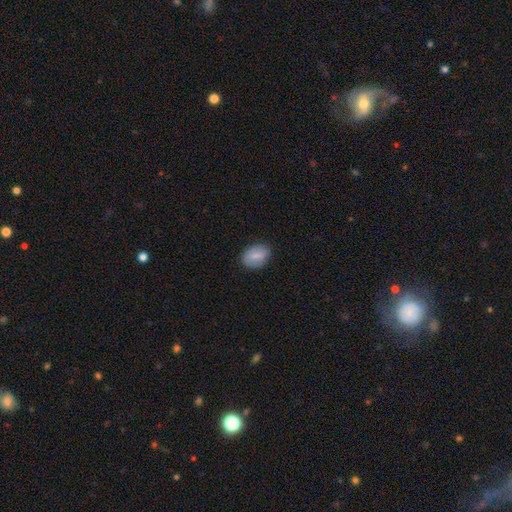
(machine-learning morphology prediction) A smooth galaxy with no disk features (79%) that is in between round and cigar-shaped (77%).

Vote fractions:
- Smooth or featured? smooth: 79% / featured or disk: 14% / star or artifact: 7%
- How rounded? in between: 77% / round: 21% / cigar-shaped: 1%
- Merging? none: 83% / minor disturbance: 14% / major disturbance: 3% / merger: 1%